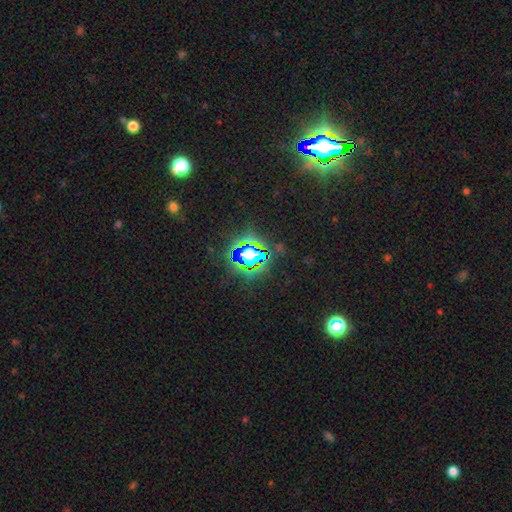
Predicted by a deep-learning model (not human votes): A star or artifact, not a galaxy (69%).